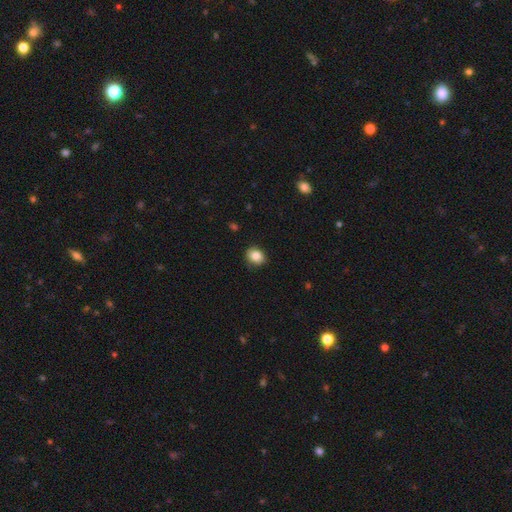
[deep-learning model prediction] A smooth galaxy with no disk features (86%) that is round (51%).

Vote fractions:
- Smooth or featured? smooth: 86% / star or artifact: 9% / featured or disk: 5%
- How rounded? round: 51% / in between: 48% / cigar-shaped: 1%
- Merging? none: 85% / minor disturbance: 11% / major disturbance: 2% / merger: 1%